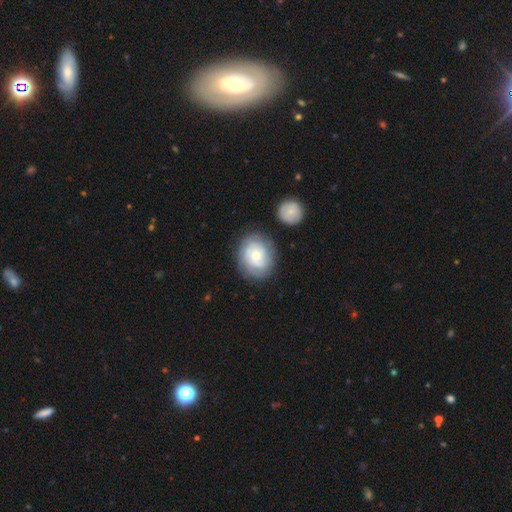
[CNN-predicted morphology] Q: Smooth or featured?
A: featured or disk (50%); runner-up: smooth (43%)
Q: Merging?
A: none (74%); runner-up: minor disturbance (16%)